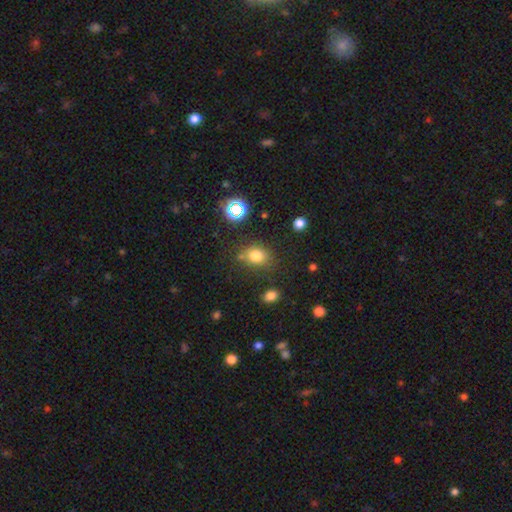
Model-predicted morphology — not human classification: This is likely a smooth galaxy (74%). How rounded: possibly in between (50%). Merging: likely none (71%).